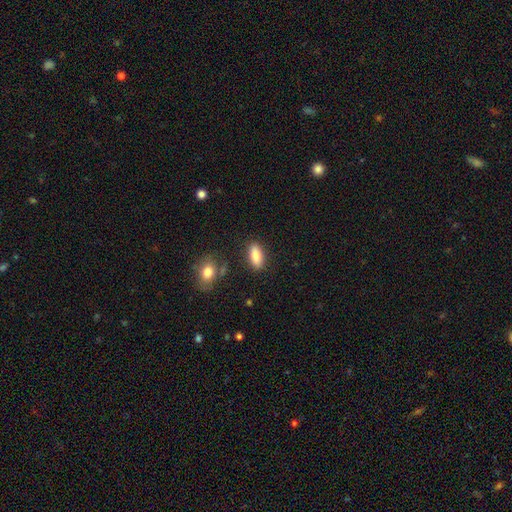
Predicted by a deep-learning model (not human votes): Smooth or featured?
  - smooth: 83% *
  - featured or disk: 10%
  - star or artifact: 7%
How rounded?
  - in between: 82% *
  - cigar-shaped: 15%
  - round: 3%
Merging?
  - none: 85% *
  - minor disturbance: 9%
  - merger: 3%
  - major disturbance: 3%